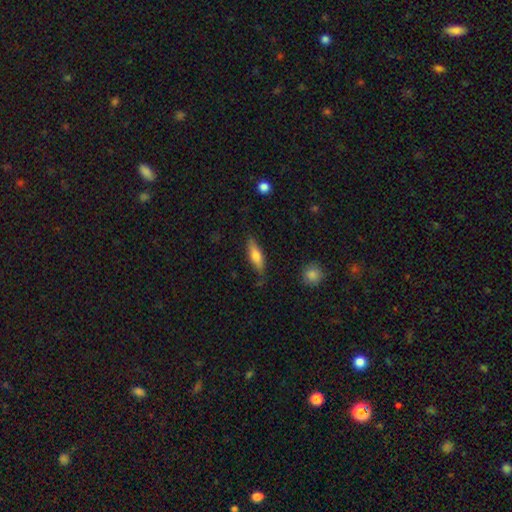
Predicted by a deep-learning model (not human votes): A smooth galaxy with no disk features (67%) that is cigar-shaped (54%).

Vote fractions:
- Smooth or featured? smooth: 67% / featured or disk: 27% / star or artifact: 6%
- How rounded? cigar-shaped: 54% / in between: 44% / round: 2%
- Merging? none: 76% / minor disturbance: 18% / major disturbance: 4% / merger: 2%